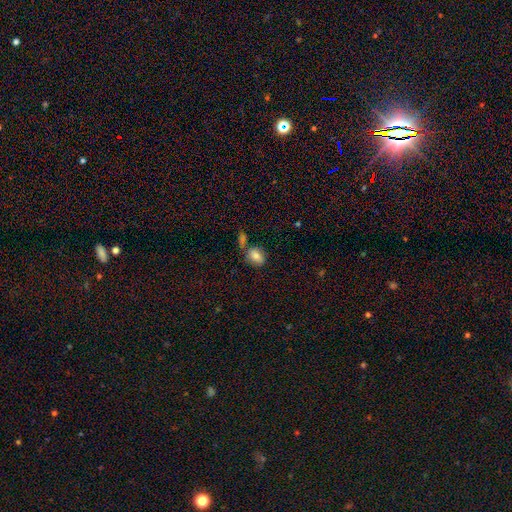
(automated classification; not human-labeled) smooth 81%, featured or disk 10%, star or artifact 9%. Down the decision tree: how rounded — in between (73%); merging — none (58%).